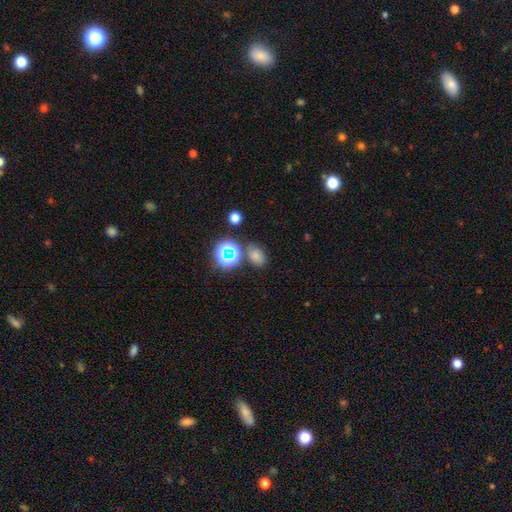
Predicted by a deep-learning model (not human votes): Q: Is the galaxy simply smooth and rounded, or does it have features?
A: smooth — 67%.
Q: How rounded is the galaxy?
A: in between — 72%.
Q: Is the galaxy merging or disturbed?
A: none — 72%.